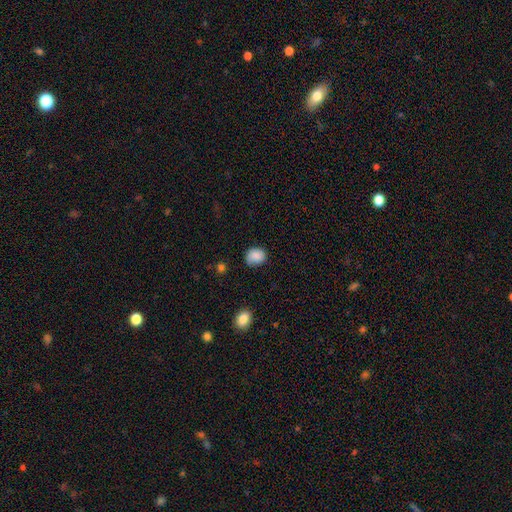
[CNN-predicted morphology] Overall: smooth (85%). How rounded: round (66%; in between 33%). Merging: none (73%).